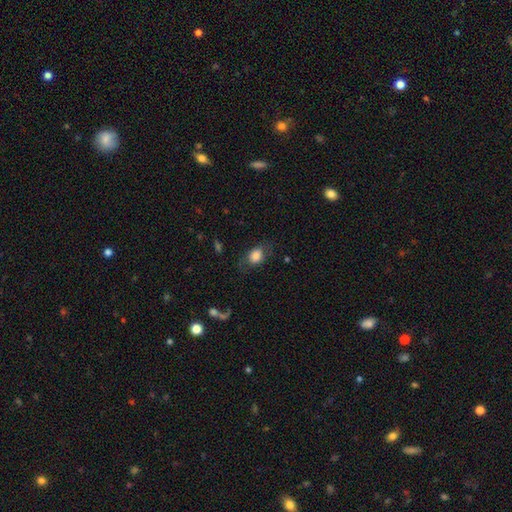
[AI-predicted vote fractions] Smooth or featured? Predicted: smooth (p=0.77). How rounded? Predicted: in between (p=0.63). Merging? Predicted: none (p=0.63).